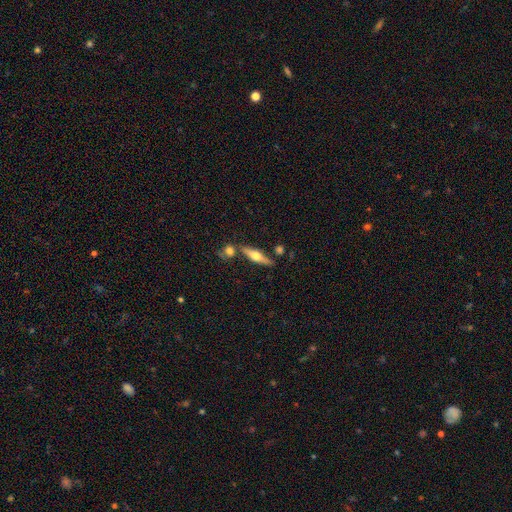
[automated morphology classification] Smooth or featured? Predicted: featured or disk (p=0.57). Edge-on disk? Predicted: yes (p=0.93). Edge-on bulge? Predicted: rounded (p=0.94). Merging? Predicted: none (p=0.74).